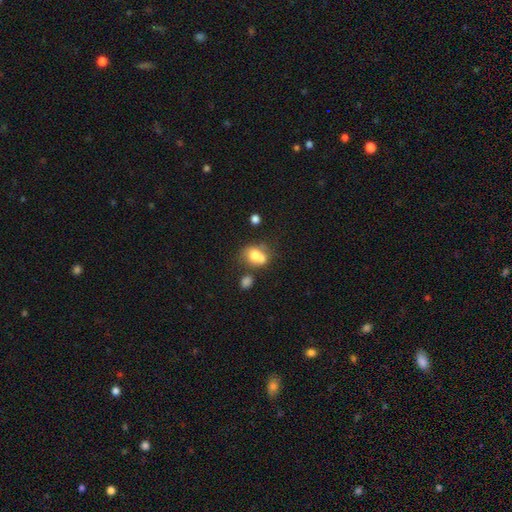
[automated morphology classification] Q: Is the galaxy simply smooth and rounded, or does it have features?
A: smooth — 70%.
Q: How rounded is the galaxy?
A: round — 56%.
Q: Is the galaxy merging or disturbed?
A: merger — 45%.